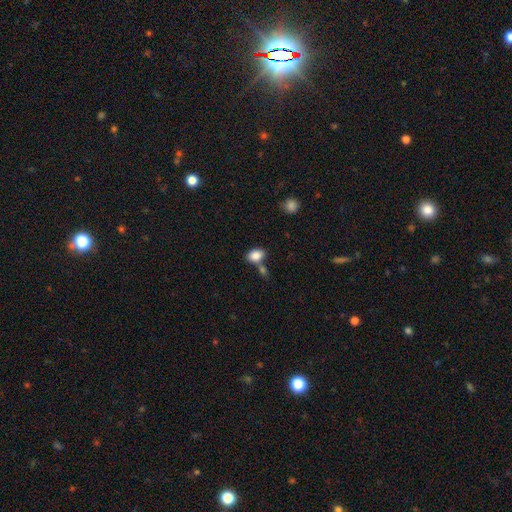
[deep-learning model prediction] Smooth or featured? Predicted: smooth (p=0.86). How rounded? Predicted: in between (p=0.83). Merging? Predicted: none (p=0.60).